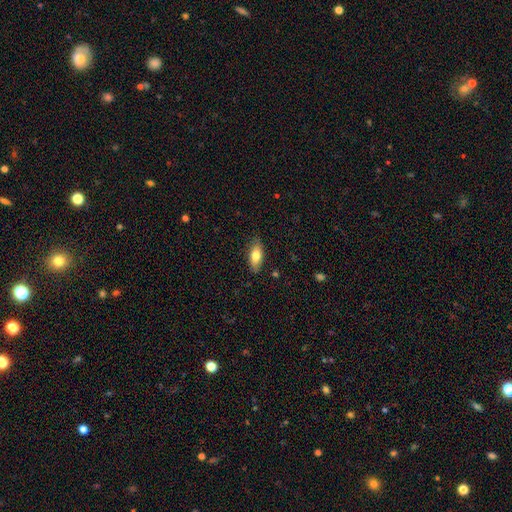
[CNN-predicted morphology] smooth-or-featured: smooth: 75% | featured or disk: 18% | star or artifact: 7%
  how-rounded: in between: 83% | cigar-shaped: 14% | round: 3%
  merging: none: 83% | minor disturbance: 13% | major disturbance: 2% | merger: 1%